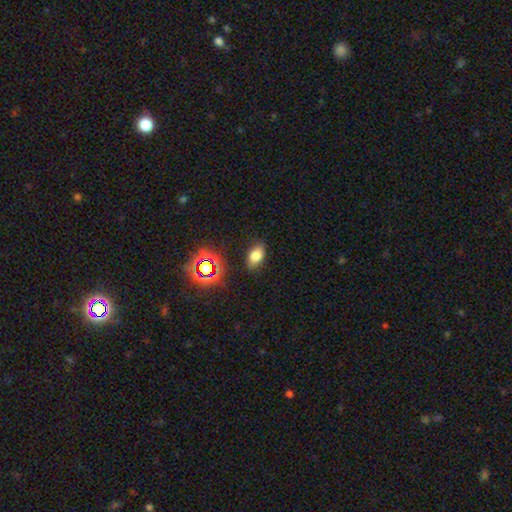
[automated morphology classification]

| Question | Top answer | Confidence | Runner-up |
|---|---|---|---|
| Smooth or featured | smooth | 73% | star or artifact (16%) |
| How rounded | in between | 86% | round (11%) |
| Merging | none | 84% | minor disturbance (12%) |